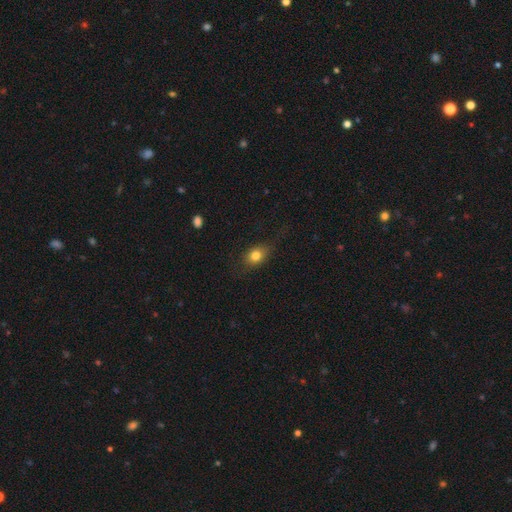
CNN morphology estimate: Smooth or featured?
  - smooth: 79% *
  - featured or disk: 11%
  - star or artifact: 10%
How rounded?
  - in between: 60% *
  - round: 37%
  - cigar-shaped: 3%
Merging?
  - none: 74% *
  - minor disturbance: 18%
  - major disturbance: 6%
  - merger: 1%